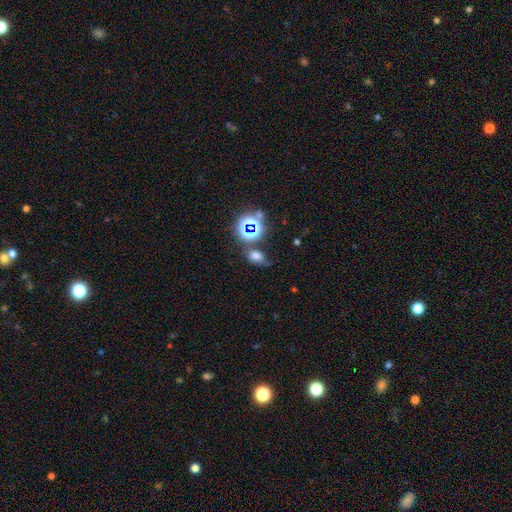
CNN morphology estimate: The model was most divided on "smooth or featured": smooth: 61%, star or artifact: 30%, featured or disk: 10%. More confident: how rounded — in between (73%); merging — none (57%).